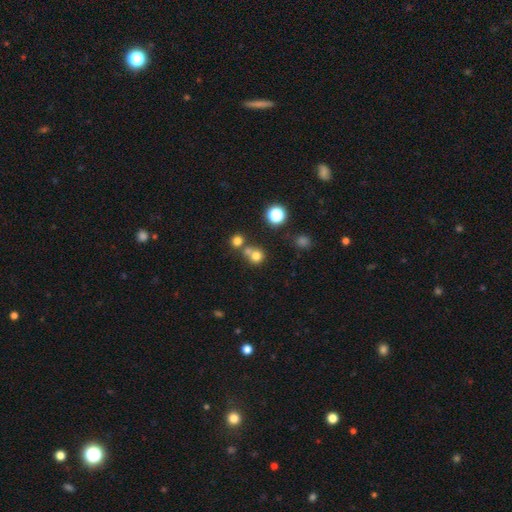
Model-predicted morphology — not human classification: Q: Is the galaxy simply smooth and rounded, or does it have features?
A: smooth — 73%.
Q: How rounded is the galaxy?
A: round — 87%.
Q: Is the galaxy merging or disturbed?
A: none — 51%.